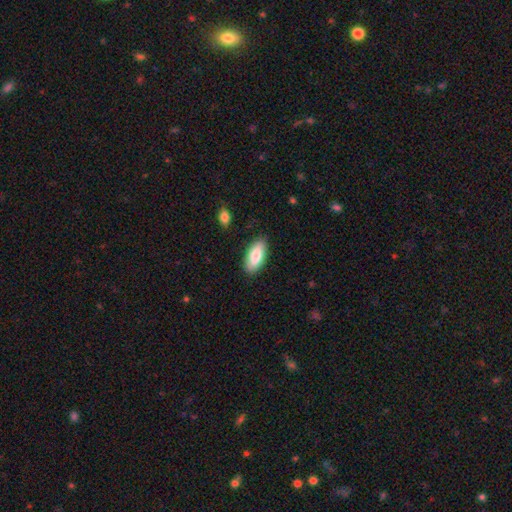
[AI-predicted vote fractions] smooth 83%, featured or disk 11%, star or artifact 6%. Down the decision tree: how rounded — in between (87%); merging — none (86%).